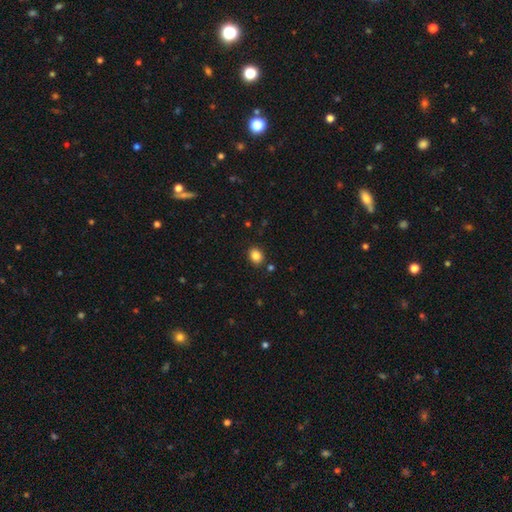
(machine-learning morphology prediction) This is clearly a smooth galaxy (85%). How rounded: possibly round (50%). Merging: clearly none (87%).